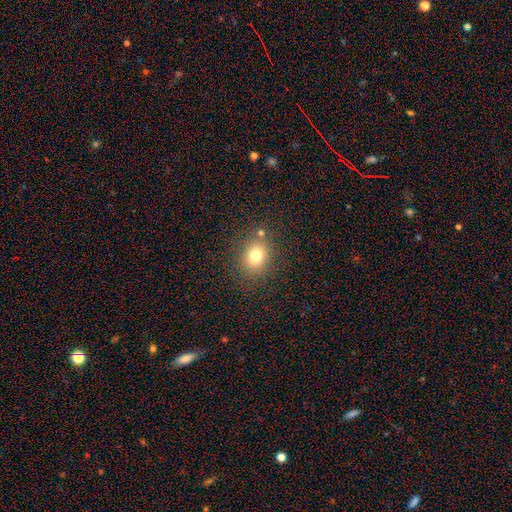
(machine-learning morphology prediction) Smooth or featured?
  - smooth: 76% *
  - star or artifact: 15%
  - featured or disk: 10%
How rounded?
  - round: 58% *
  - in between: 41%
  - cigar-shaped: 1%
Merging?
  - none: 78% *
  - minor disturbance: 11%
  - merger: 6%
  - major disturbance: 4%